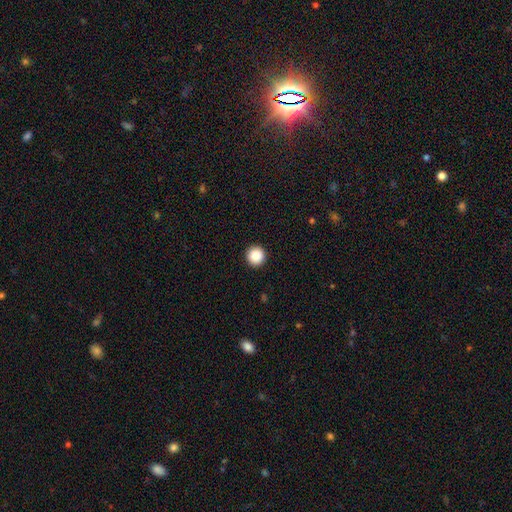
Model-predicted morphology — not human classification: The model was most divided on "smooth or featured": smooth: 89%, star or artifact: 9%, featured or disk: 2%. More confident: how rounded — round (96%); merging — none (93%).